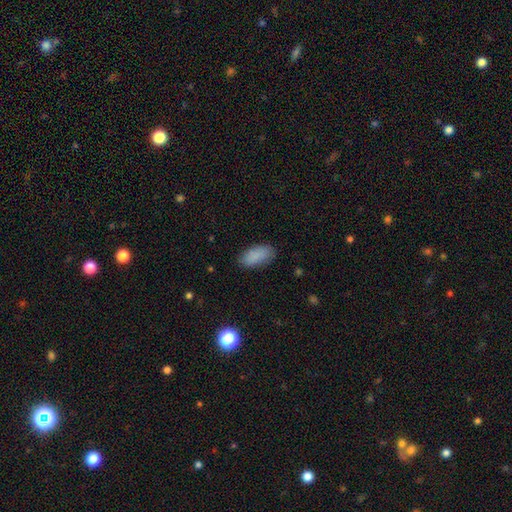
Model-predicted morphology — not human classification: This is clearly a smooth galaxy (87%). How rounded: clearly in between (92%). Merging: clearly none (81%).